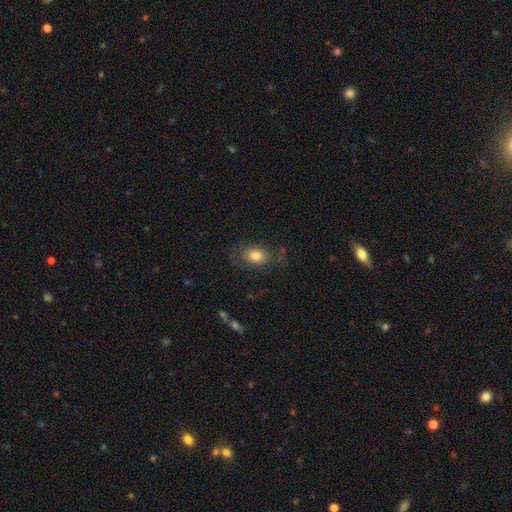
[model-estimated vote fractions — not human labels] smooth_or_featured: smooth (p=0.76) [alt: featured or disk p=0.15]
how_rounded: in between (p=0.76) [alt: round p=0.22]
merging: none (p=0.67) [alt: minor disturbance p=0.20]